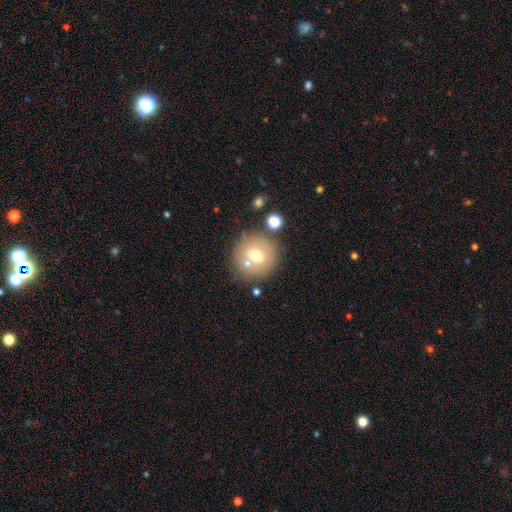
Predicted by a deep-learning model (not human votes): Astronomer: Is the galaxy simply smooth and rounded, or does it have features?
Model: smooth — 66%.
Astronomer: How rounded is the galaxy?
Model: round — 93%.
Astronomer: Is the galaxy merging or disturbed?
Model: none — 72%.